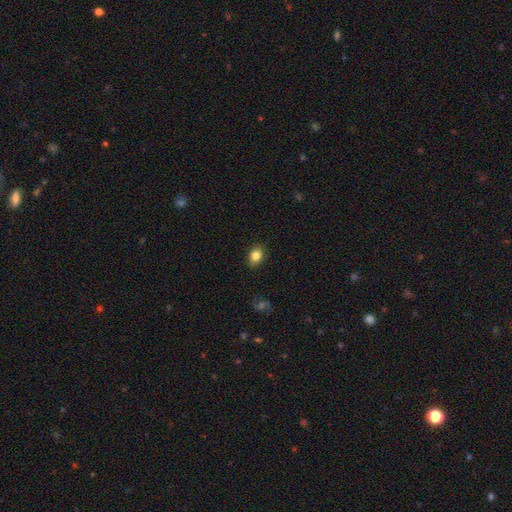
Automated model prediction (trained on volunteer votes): smooth 84%, star or artifact 9%, featured or disk 7%. Down the decision tree: how rounded — in between (65%); merging — none (86%).